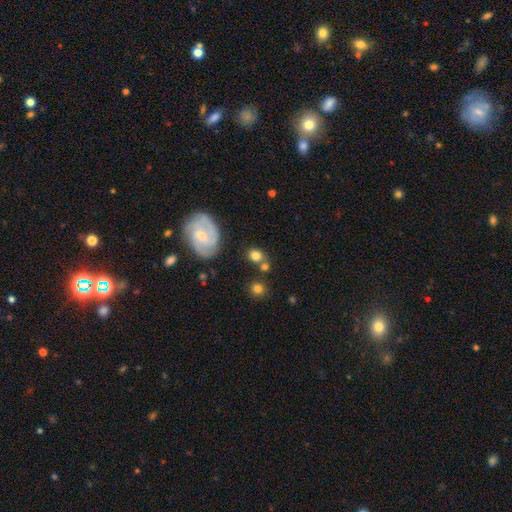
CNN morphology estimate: A smooth galaxy with no disk features (71%) that is round (67%).

Vote fractions:
- Smooth or featured? smooth: 71% / featured or disk: 20% / star or artifact: 9%
- How rounded? round: 67% / in between: 32% / cigar-shaped: 2%
- Merging? none: 65% / merger: 17% / minor disturbance: 13% / major disturbance: 5%